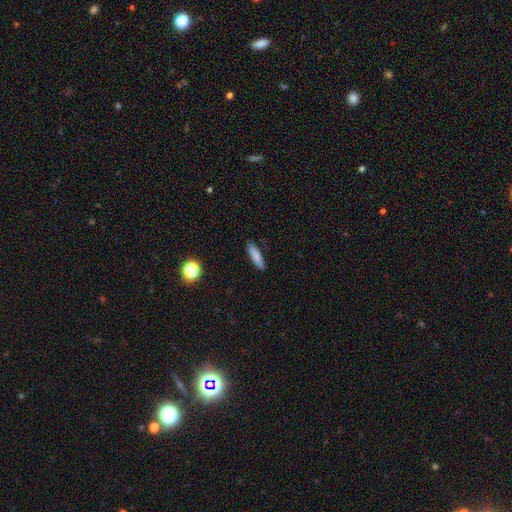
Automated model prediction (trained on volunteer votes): Morphology: type=smooth (80%); roundness=cigar-shaped (68%); merging=none (84%).